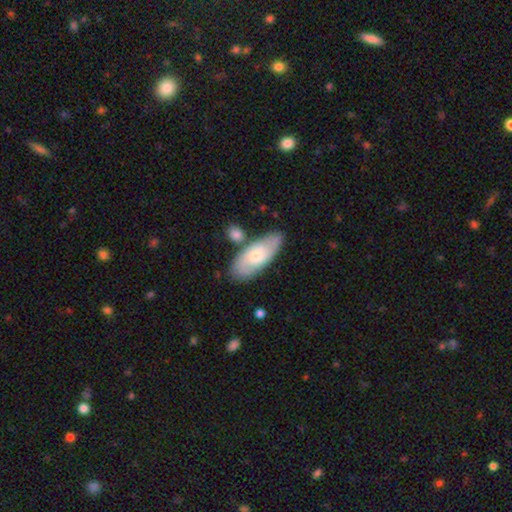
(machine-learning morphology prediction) Overall: smooth (51%; featured or disk 44%). How rounded: in between (80%). Merging: none (69%).